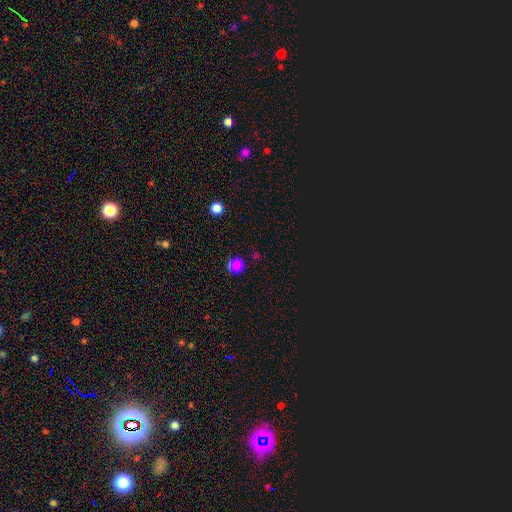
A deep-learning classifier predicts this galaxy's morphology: Smooth or featured: smooth — 69% (star or artifact — 25%)
How rounded: round — 90% (in between — 9%)
Merging: none — 82% (minor disturbance — 10%)